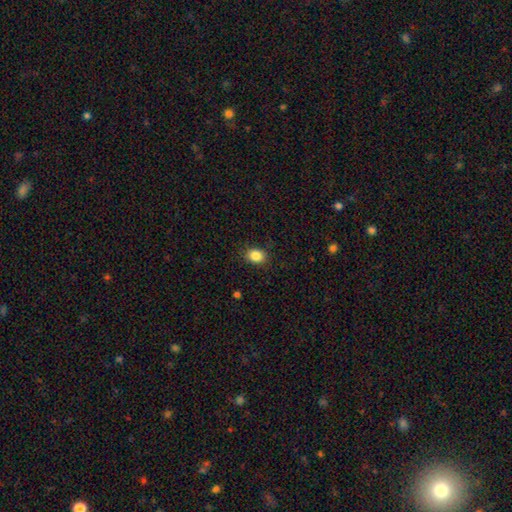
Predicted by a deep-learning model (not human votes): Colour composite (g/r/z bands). It shows a smooth galaxy with no disk features (86%) that is in between round and cigar-shaped (58%). Merging: none (86%).